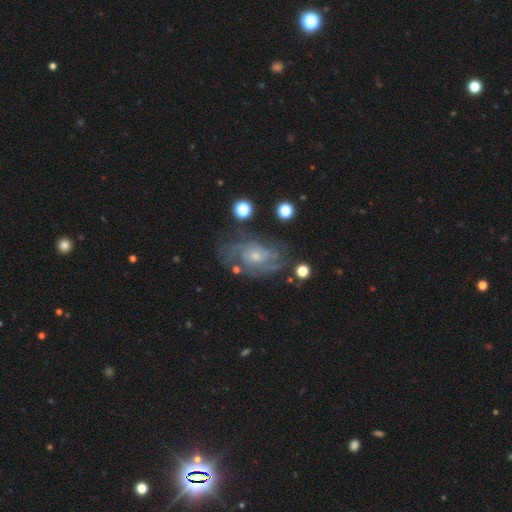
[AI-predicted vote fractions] Smooth or featured? featured or disk (79%)
Edge-on disk? no (96%)
Bar? no (70%)
Spiral arms? yes (91%)
Spiral winding? tight (52%)
Spiral arm count? can't tell (37%)
Bulge size? small (65%)
Merging? none (69%)